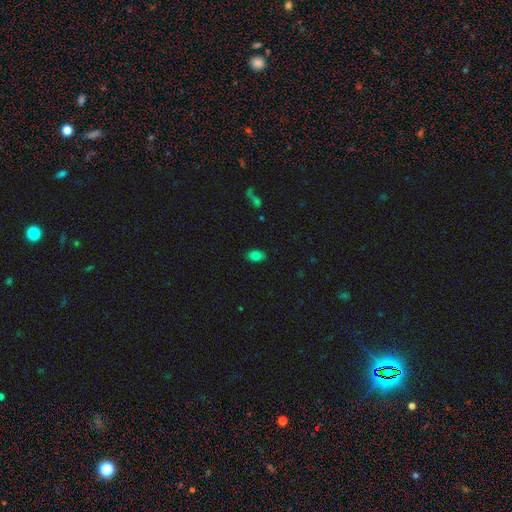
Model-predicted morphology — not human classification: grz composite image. It shows a smooth galaxy with no disk features (82%) that is in between round and cigar-shaped (83%). Merging: none (86%).